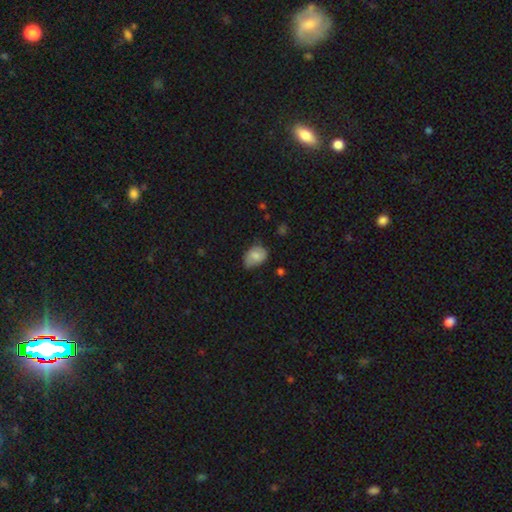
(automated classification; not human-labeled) Overall: smooth (77%). How rounded: in between (71%). Merging: none (50%; minor disturbance 38%).